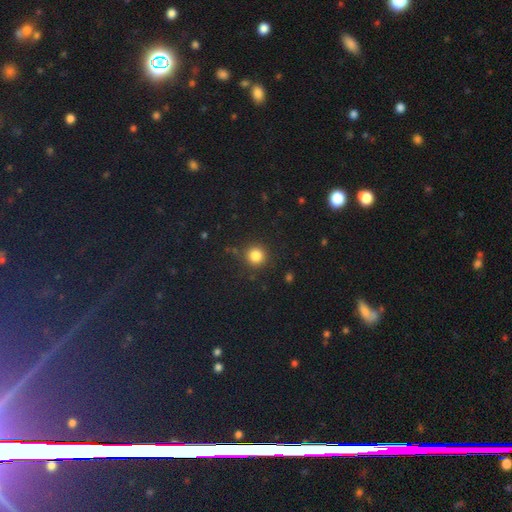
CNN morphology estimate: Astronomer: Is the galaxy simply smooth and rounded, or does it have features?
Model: smooth — 83%.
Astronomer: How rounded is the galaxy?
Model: round — 93%.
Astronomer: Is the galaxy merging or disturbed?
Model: none — 88%.